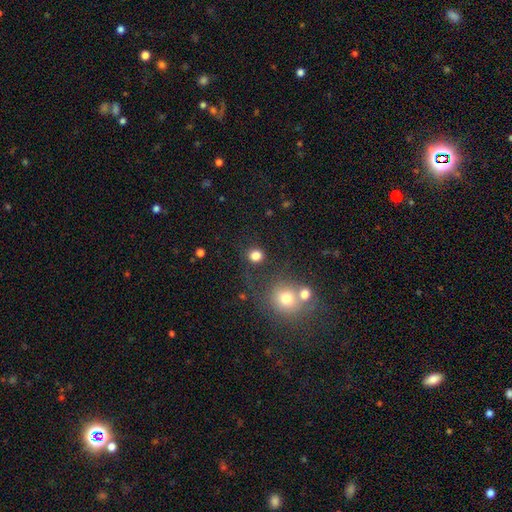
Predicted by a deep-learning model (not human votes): smooth-or-featured: smooth: 81% | star or artifact: 14% | featured or disk: 5%
  how-rounded: round: 89% | in between: 10% | cigar-shaped: 1%
  merging: none: 82% | minor disturbance: 8% | merger: 6% | major disturbance: 4%